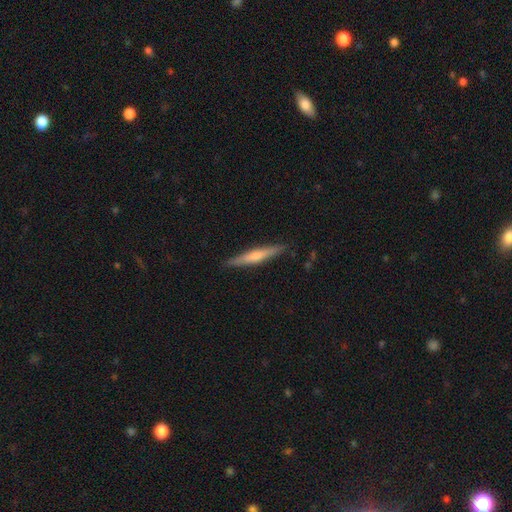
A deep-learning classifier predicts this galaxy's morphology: featured or disk 50%, smooth 44%, star or artifact 6%. Down the decision tree: edge-on disk — yes (96%); merging — none (90%).